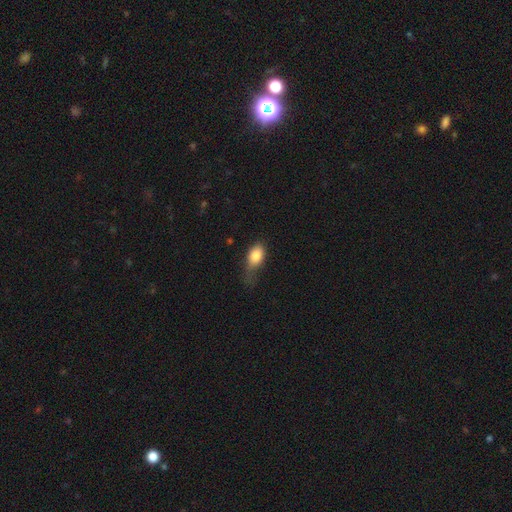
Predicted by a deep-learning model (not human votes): The model was most divided on "merging": minor disturbance: 40%, none: 31%, major disturbance: 26%, merger: 3%. More confident: how rounded — in between (83%); smooth or featured — smooth (83%).